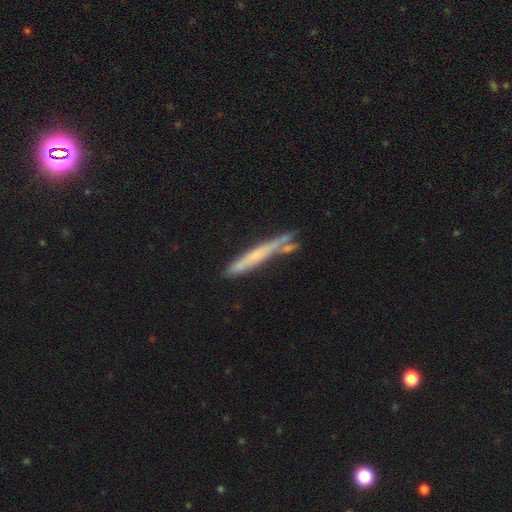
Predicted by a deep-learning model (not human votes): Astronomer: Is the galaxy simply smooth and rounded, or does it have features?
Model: smooth — 49% (runner-up: featured or disk, 43%).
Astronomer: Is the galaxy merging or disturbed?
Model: none — 65%.